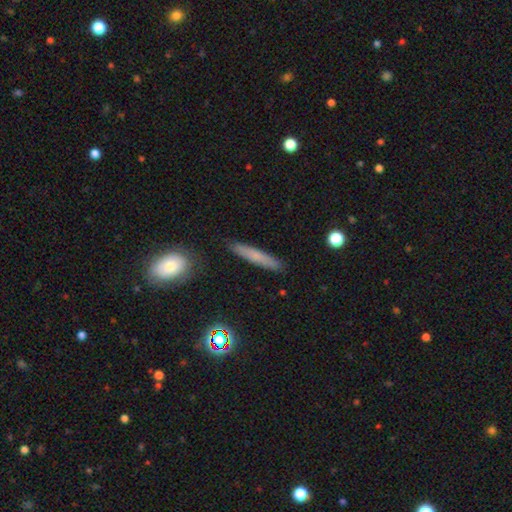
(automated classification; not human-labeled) Q: Smooth or featured?
A: smooth (68%); runner-up: featured or disk (24%)
Q: How rounded?
A: cigar-shaped (91%); runner-up: in between (7%)
Q: Merging?
A: none (88%); runner-up: minor disturbance (8%)